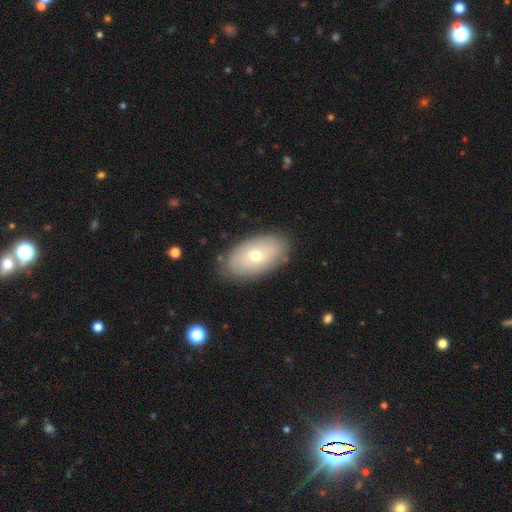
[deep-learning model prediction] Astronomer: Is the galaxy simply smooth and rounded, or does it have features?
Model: smooth — 57% (runner-up: featured or disk, 35%).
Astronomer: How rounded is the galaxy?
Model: in between — 93%.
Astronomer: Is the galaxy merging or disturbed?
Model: none — 83%.